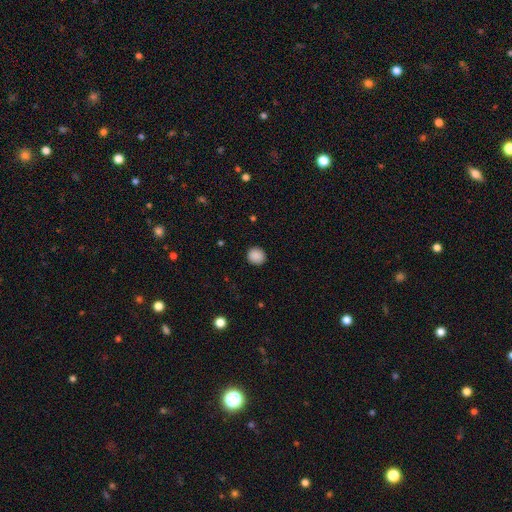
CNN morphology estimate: smooth_or_featured: smooth (p=0.89) [alt: star or artifact p=0.09]
how_rounded: round (p=0.91) [alt: in between p=0.08]
merging: none (p=0.91) [alt: minor disturbance p=0.06]